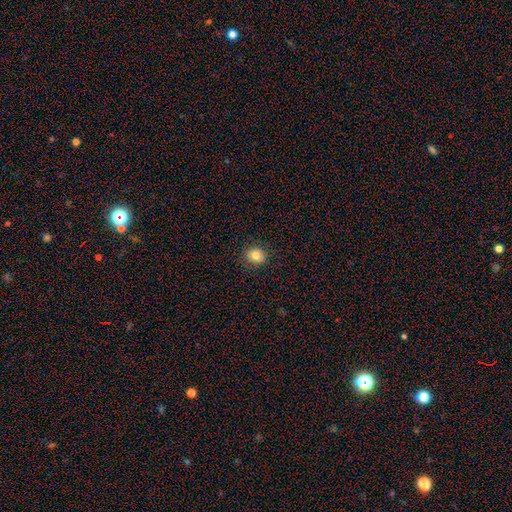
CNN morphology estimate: Overall: smooth (81%). How rounded: round (80%). Merging: none (88%).